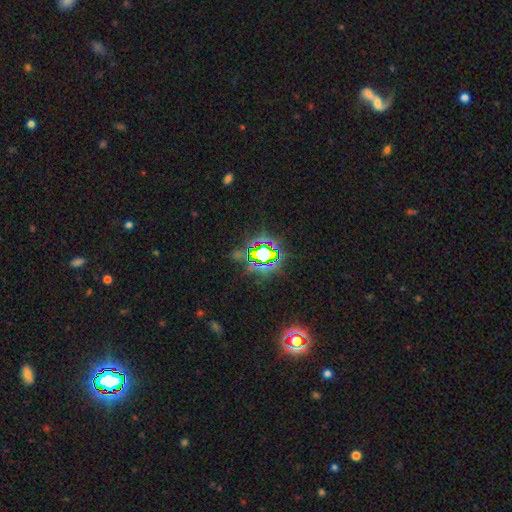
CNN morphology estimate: This is clearly a star or artifact rather than a galaxy (81%).